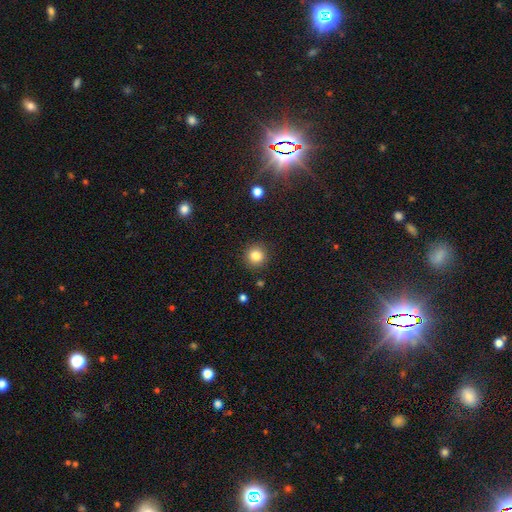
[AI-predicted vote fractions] Smooth or featured? Predicted: smooth (p=0.84). How rounded? Predicted: round (p=0.93). Merging? Predicted: none (p=0.90).